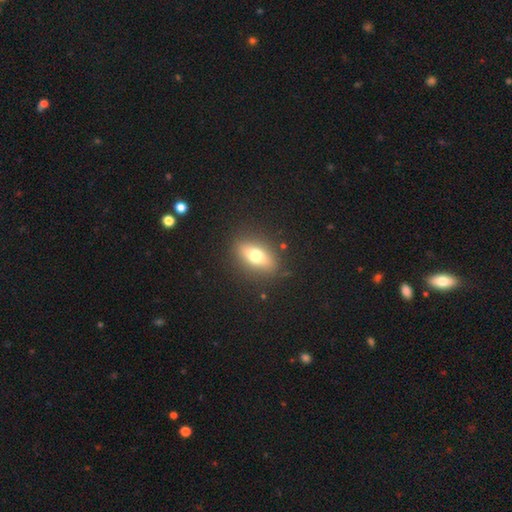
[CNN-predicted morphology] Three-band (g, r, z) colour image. It shows a smooth galaxy with no disk features (62%) that is in between round and cigar-shaped (73%). Merging: none (86%).